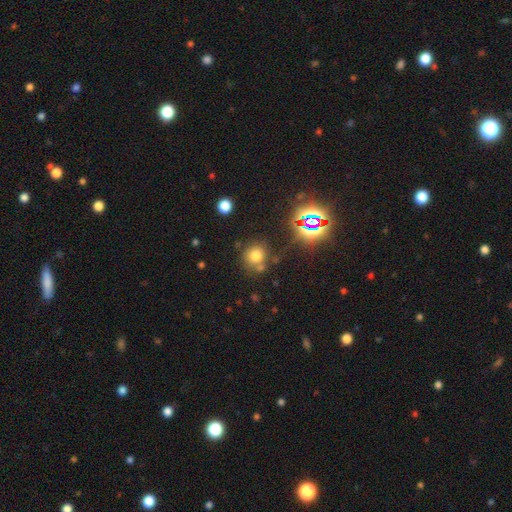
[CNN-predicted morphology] Q: Smooth or featured?
A: smooth (69%); runner-up: star or artifact (22%)
Q: How rounded?
A: round (86%); runner-up: in between (13%)
Q: Merging?
A: none (70%); runner-up: merger (13%)